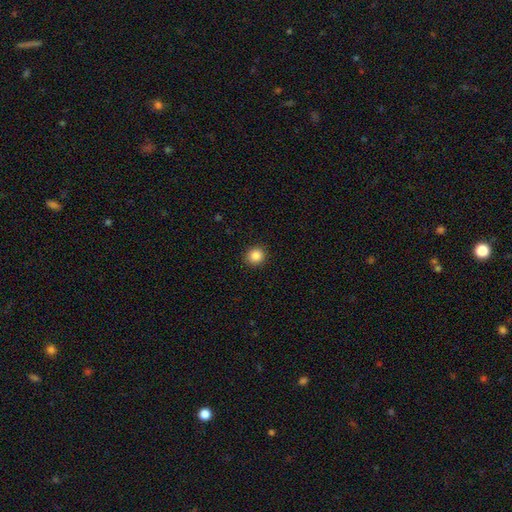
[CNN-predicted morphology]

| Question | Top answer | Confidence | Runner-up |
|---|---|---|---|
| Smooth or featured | smooth | 87% | star or artifact (10%) |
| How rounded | round | 90% | in between (9%) |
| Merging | none | 92% | minor disturbance (6%) |